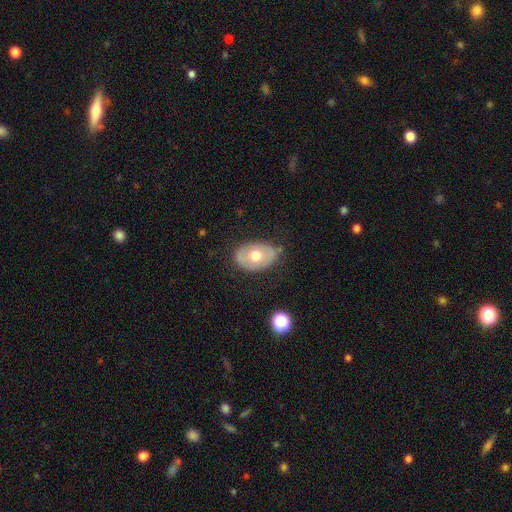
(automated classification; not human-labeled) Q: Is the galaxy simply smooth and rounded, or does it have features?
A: smooth — 52%.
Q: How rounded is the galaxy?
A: in between — 79%.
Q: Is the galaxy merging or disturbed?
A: none — 74%.